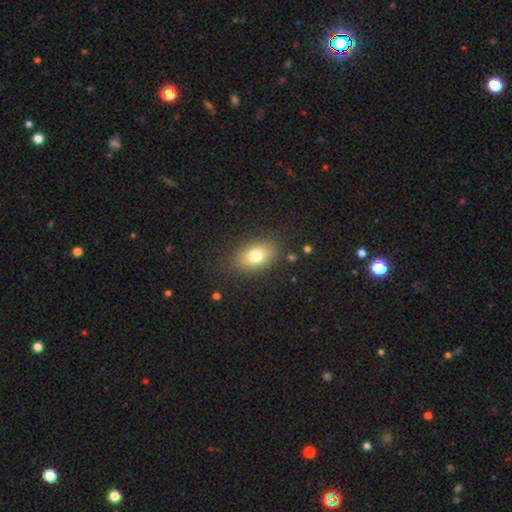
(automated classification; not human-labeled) Morphology: type=smooth (77%); roundness=in between (83%); merging=none (84%).